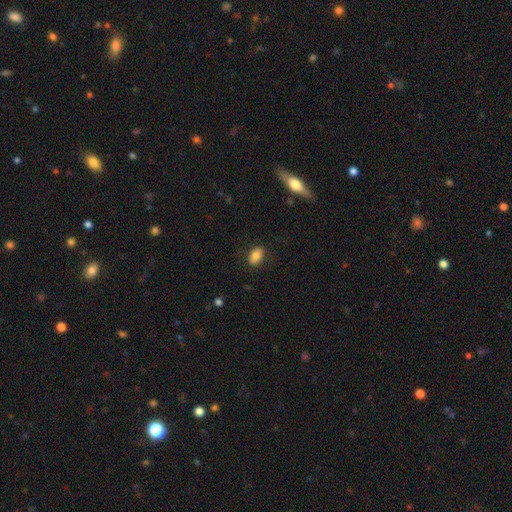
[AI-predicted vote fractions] A smooth galaxy with no disk features (78%) that is in between round and cigar-shaped (86%).

Vote fractions:
- Smooth or featured? smooth: 78% / featured or disk: 13% / star or artifact: 8%
- How rounded? in between: 86% / round: 12% / cigar-shaped: 2%
- Merging? none: 84% / minor disturbance: 12% / major disturbance: 3% / merger: 1%